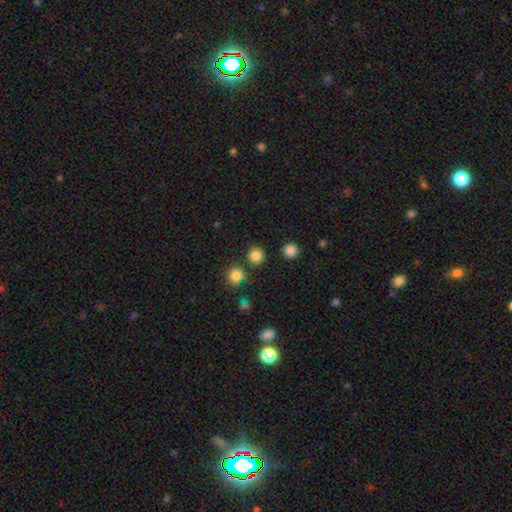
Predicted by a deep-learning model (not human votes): smooth 83%, star or artifact 13%, featured or disk 4%. Down the decision tree: how rounded — round (91%); merging — none (85%).